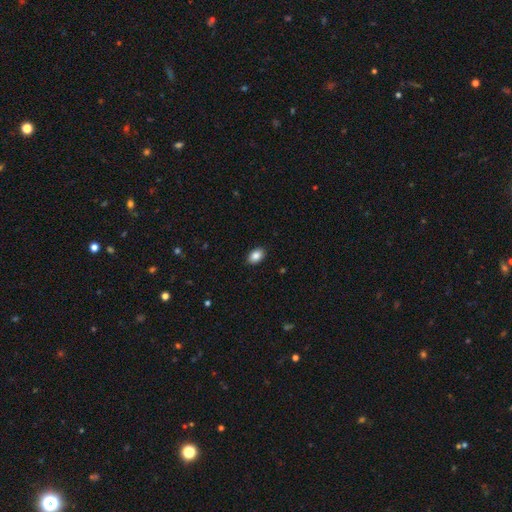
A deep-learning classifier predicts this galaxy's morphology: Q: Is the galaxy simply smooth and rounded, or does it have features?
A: smooth — 87%.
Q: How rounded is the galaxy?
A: in between — 87%.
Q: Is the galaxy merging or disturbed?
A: none — 90%.